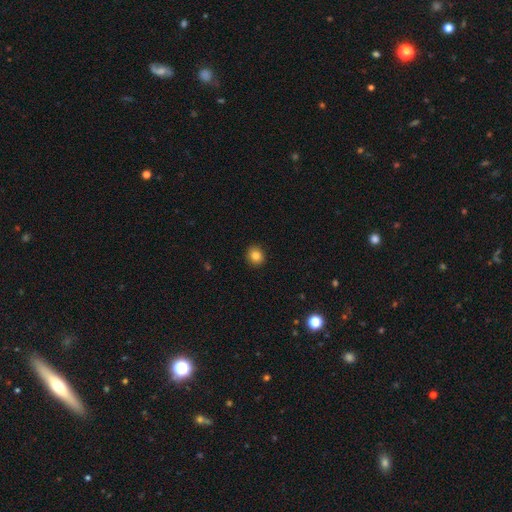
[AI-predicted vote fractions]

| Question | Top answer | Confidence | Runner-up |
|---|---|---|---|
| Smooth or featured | smooth | 83% | star or artifact (11%) |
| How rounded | round | 78% | in between (21%) |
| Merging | none | 92% | minor disturbance (6%) |